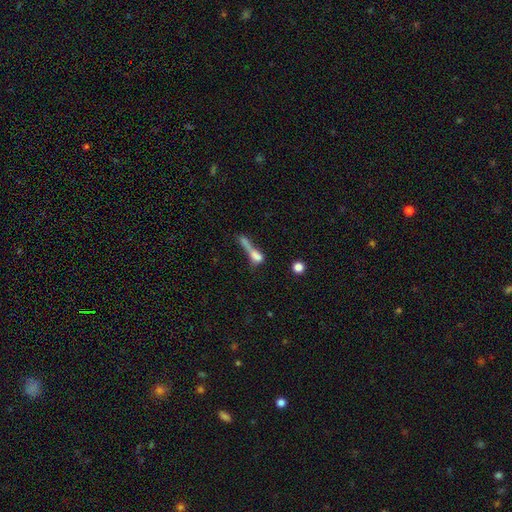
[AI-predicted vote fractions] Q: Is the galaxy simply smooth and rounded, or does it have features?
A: smooth — 59%.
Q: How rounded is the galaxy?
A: cigar-shaped — 49%.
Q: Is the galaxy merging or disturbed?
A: merger — 43%.